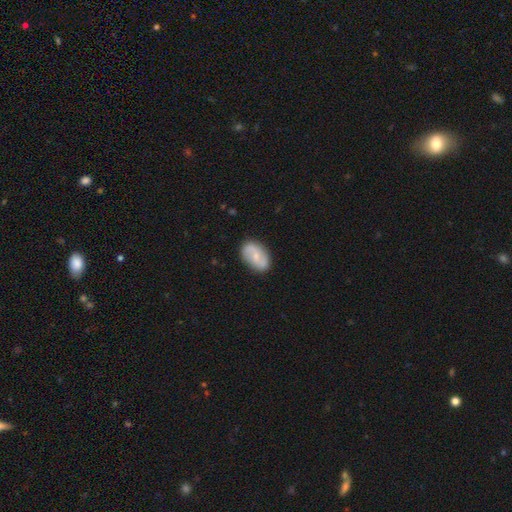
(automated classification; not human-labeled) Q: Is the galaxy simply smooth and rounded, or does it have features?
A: featured or disk — 52%.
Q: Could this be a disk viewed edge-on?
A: no — 96%.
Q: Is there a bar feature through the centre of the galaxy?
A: no — 45%.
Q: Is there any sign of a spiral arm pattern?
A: yes — 80%.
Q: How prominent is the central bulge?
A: small — 55%.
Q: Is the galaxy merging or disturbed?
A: none — 83%.